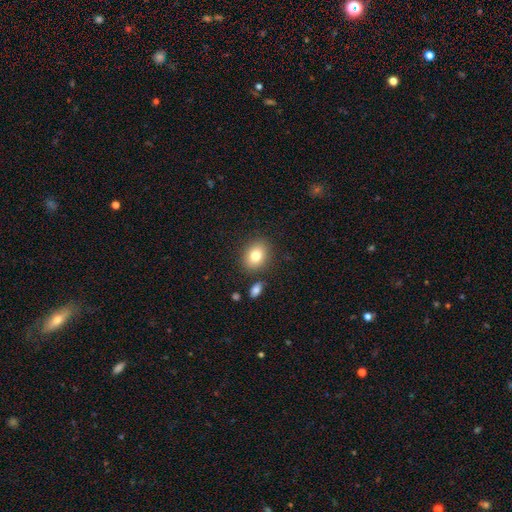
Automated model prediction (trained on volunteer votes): A smooth galaxy with no disk features (81%) that is in between round and cigar-shaped (52%). Merging: none (83%).